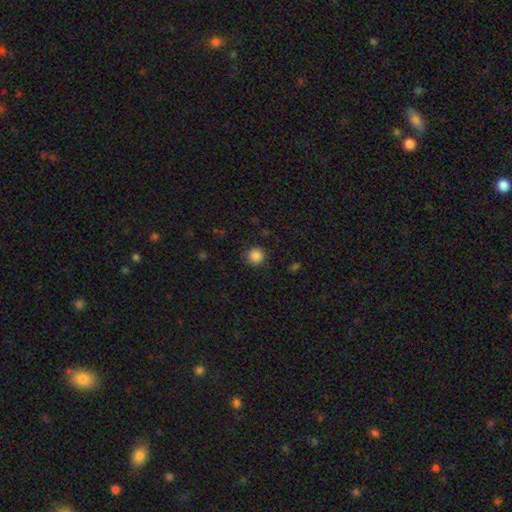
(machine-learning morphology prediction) This appears to be a smooth galaxy with no disk features (86%) that is round (94%). Merging: none (90%).